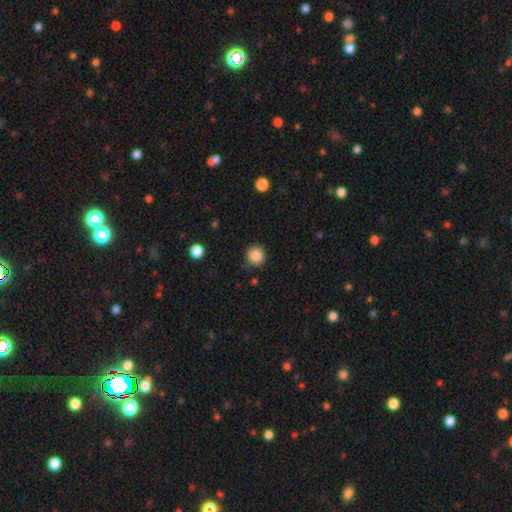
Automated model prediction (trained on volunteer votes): Q: Smooth or featured?
A: smooth (87%); runner-up: star or artifact (10%)
Q: How rounded?
A: round (90%); runner-up: in between (9%)
Q: Merging?
A: none (81%); runner-up: minor disturbance (14%)